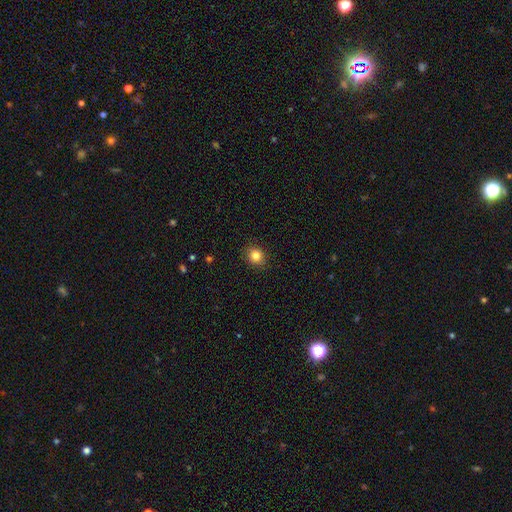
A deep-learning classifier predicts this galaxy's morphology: A smooth galaxy with no disk features (83%) that is round (79%). Merging: none (90%).